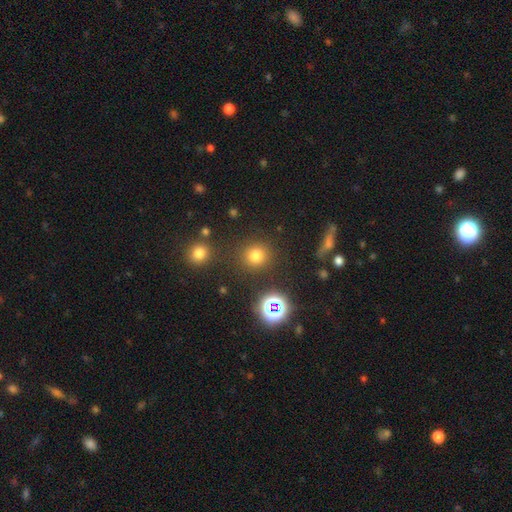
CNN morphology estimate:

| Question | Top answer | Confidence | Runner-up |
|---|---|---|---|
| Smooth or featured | smooth | 73% | star or artifact (21%) |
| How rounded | round | 91% | in between (8%) |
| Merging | none | 86% | minor disturbance (7%) |